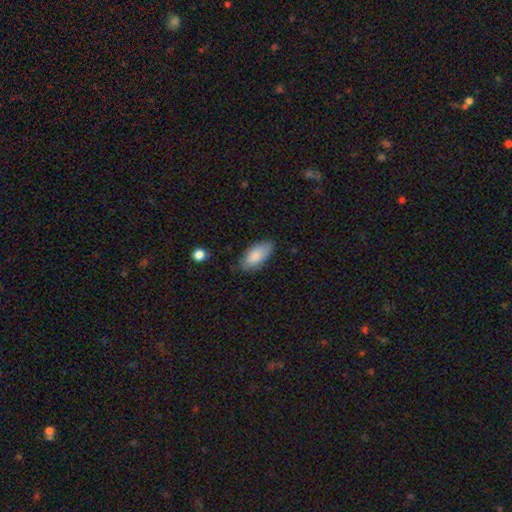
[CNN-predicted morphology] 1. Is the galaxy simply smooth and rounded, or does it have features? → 85% smooth, 9% featured or disk, 6% star or artifact.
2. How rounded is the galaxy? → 91% in between, 7% cigar-shaped, 2% round.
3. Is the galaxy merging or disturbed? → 77% none, 18% minor disturbance, 3% major disturbance, 1% merger.